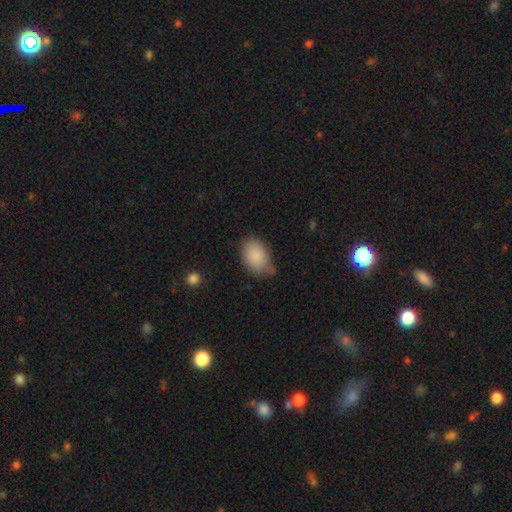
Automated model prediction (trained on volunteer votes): Smooth or featured?
  - smooth: 88% *
  - star or artifact: 7%
  - featured or disk: 5%
How rounded?
  - in between: 84% *
  - round: 15%
  - cigar-shaped: 1%
Merging?
  - none: 58% *
  - minor disturbance: 31%
  - major disturbance: 7%
  - merger: 4%